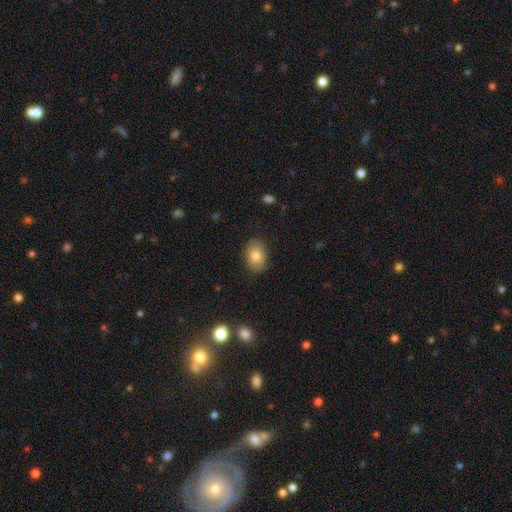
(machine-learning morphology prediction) Q: Smooth or featured?
A: smooth (80%); runner-up: featured or disk (12%)
Q: How rounded?
A: in between (77%); runner-up: round (22%)
Q: Merging?
A: none (83%); runner-up: minor disturbance (13%)